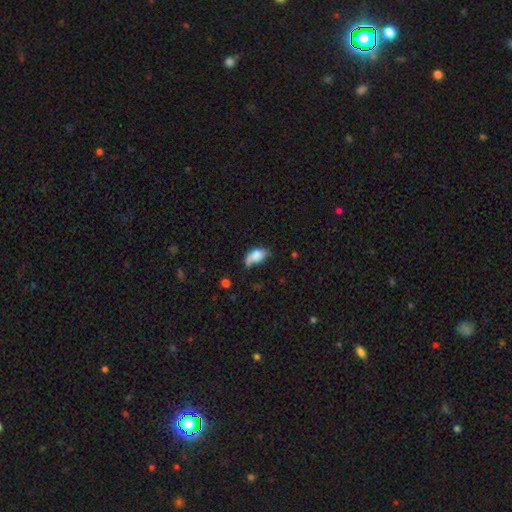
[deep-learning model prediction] A smooth galaxy with no disk features (77%) that is in between round and cigar-shaped (91%). Merging: minor disturbance (37%).